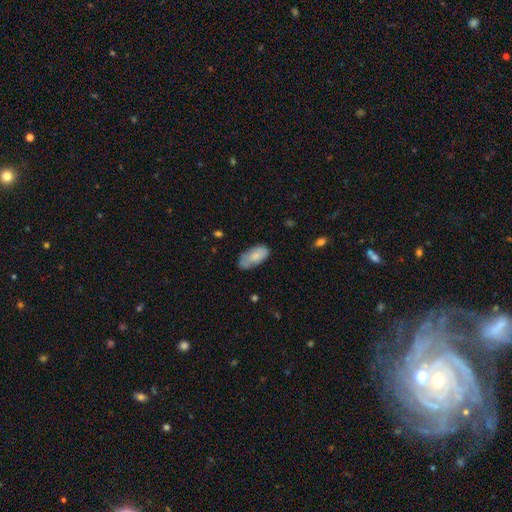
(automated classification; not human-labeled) Smooth or featured? smooth (78%)
How rounded? in between (93%)
Merging? none (59%)